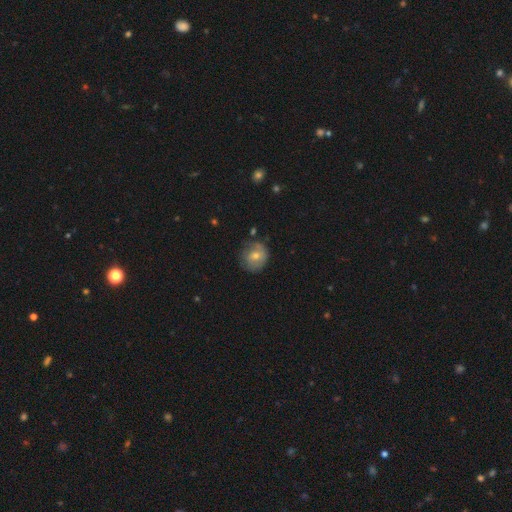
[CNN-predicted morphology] The model was most divided on "smooth or featured": smooth: 55%, featured or disk: 35%, star or artifact: 10%. More confident: how rounded — round (81%); merging — none (72%).